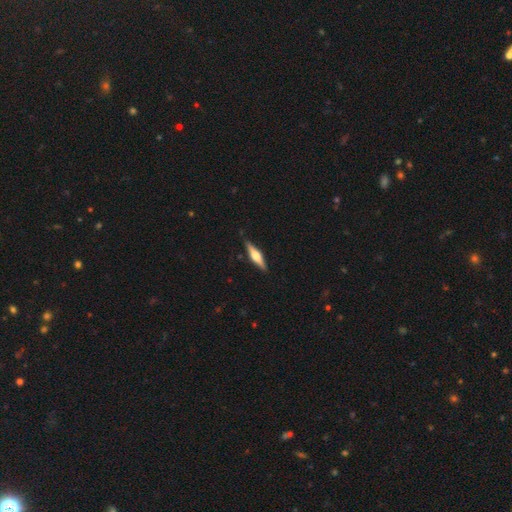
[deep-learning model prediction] featured or disk 64%, smooth 31%, star or artifact 5%. Down the decision tree: edge-on disk — yes (97%); edge-on bulge — rounded (90%); merging — none (88%).